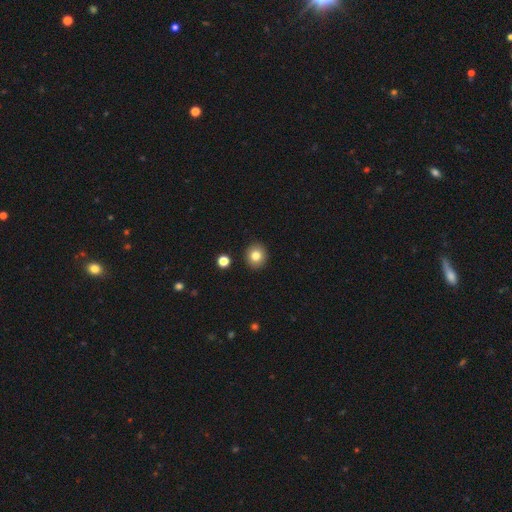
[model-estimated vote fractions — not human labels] This appears to be a smooth galaxy with no disk features (81%) that is round (84%). Merging: none (91%).